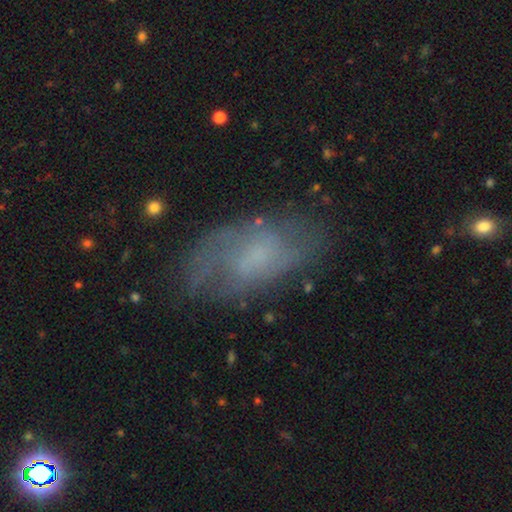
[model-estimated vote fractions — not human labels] A featured or disk galaxy (57%) with no bar (61%), spiral arms (74%) and no central bulge (37%, tied with small). Merging: none (68%).